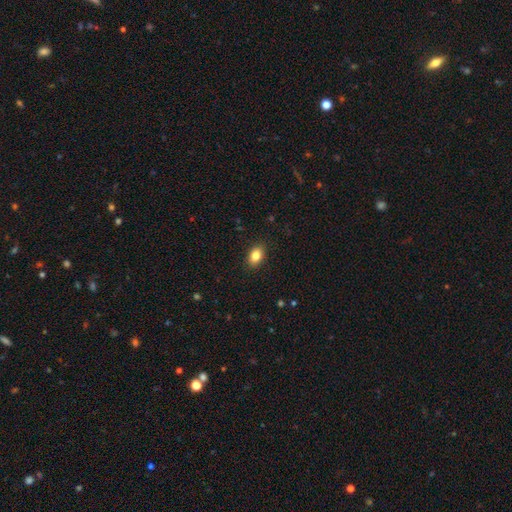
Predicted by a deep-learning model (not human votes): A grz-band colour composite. It shows a smooth galaxy with no disk features (85%) that is in between round and cigar-shaped (84%). Merging: none (89%).